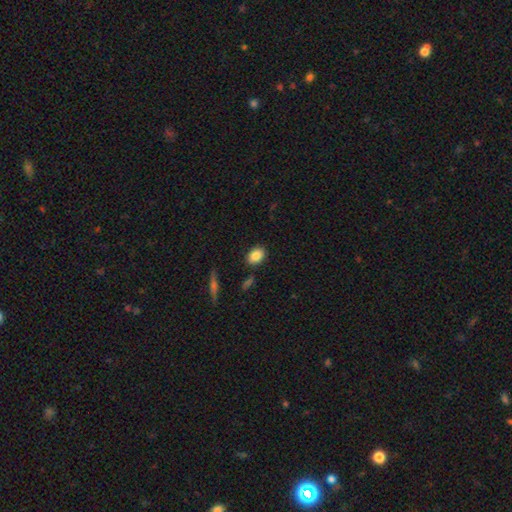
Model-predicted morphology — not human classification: smooth_or_featured: smooth (p=0.85) [alt: star or artifact p=0.08]
how_rounded: in between (p=0.72) [alt: round p=0.26]
merging: none (p=0.85) [alt: minor disturbance p=0.09]